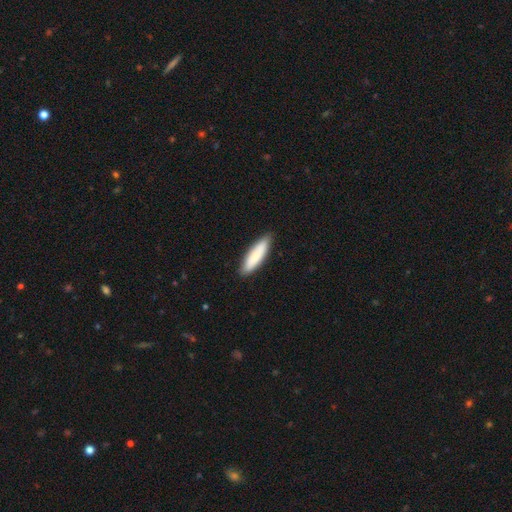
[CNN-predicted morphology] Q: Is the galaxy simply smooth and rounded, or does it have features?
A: smooth — 85%.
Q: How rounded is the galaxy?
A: cigar-shaped — 64%.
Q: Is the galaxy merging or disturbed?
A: none — 86%.